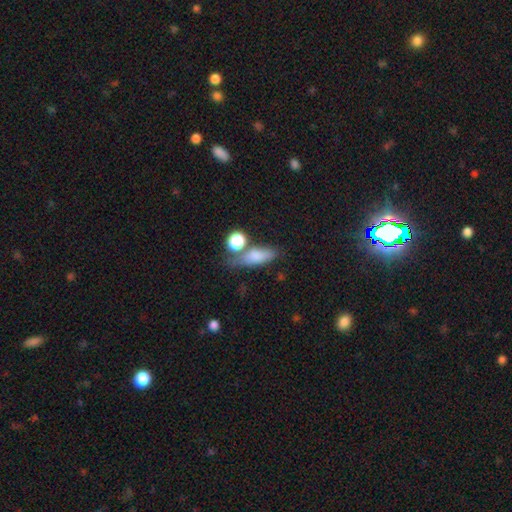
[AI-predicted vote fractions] Q: Smooth or featured?
A: smooth (76%); runner-up: featured or disk (14%)
Q: How rounded?
A: in between (61%); runner-up: cigar-shaped (27%)
Q: Merging?
A: none (52%); runner-up: minor disturbance (20%)